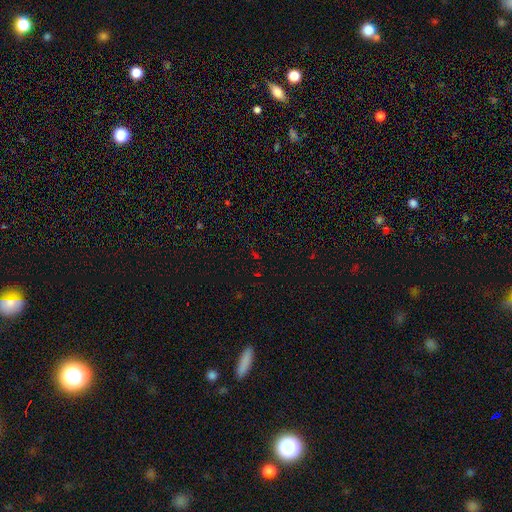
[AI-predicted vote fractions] smooth_or_featured: star or artifact (p=0.68) [alt: smooth p=0.23]